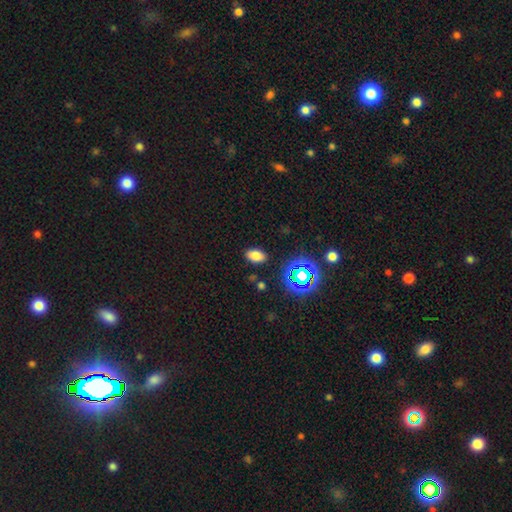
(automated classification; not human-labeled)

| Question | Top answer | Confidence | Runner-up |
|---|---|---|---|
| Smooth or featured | smooth | 73% | star or artifact (19%) |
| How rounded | in between | 89% | round (9%) |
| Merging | none | 87% | minor disturbance (9%) |